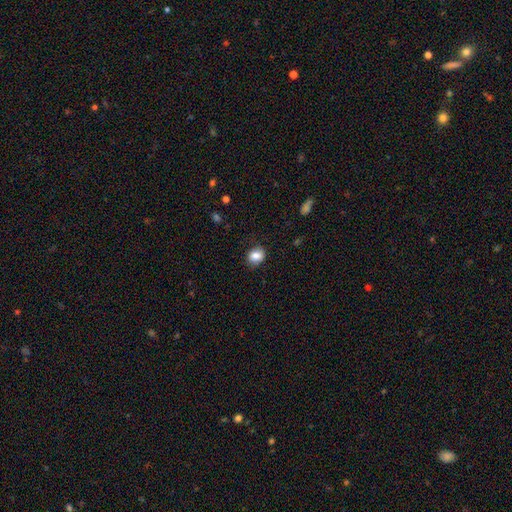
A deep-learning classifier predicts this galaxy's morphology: Overall: smooth (83%). How rounded: round (56%; in between 43%). Merging: none (82%).